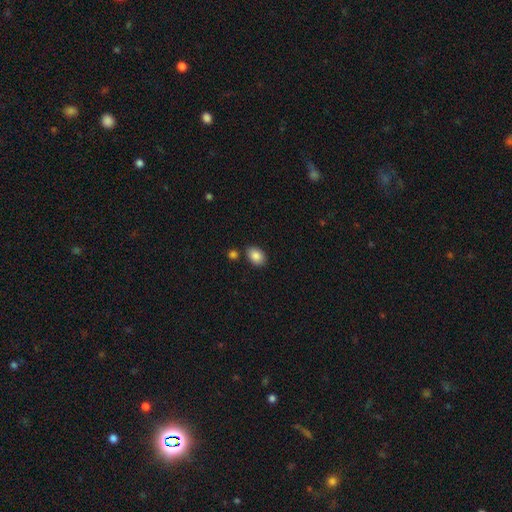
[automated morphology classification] This is clearly a smooth galaxy (87%). How rounded: clearly in between (82%). Merging: clearly none (81%).